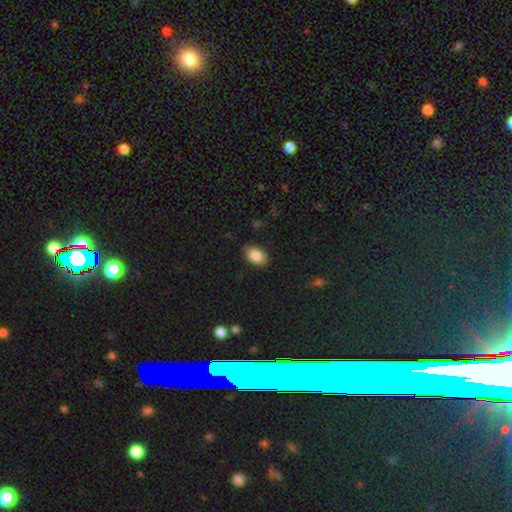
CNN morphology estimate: Smooth or featured: smooth — 86% (star or artifact — 7%)
How rounded: in between — 91% (round — 8%)
Merging: none — 85% (minor disturbance — 11%)